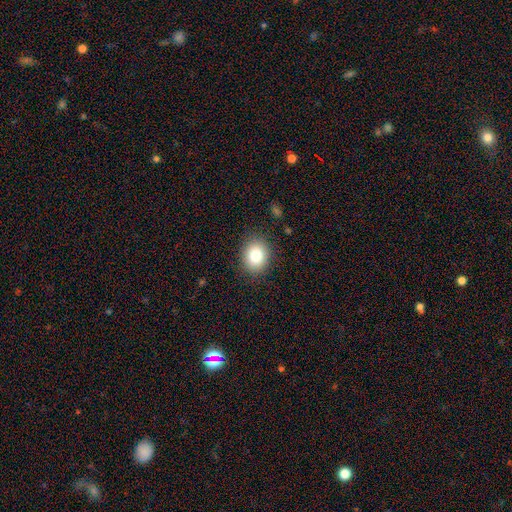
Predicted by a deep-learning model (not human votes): smooth_or_featured: smooth (p=0.81) [alt: star or artifact p=0.10]
how_rounded: round (p=0.58) [alt: in between p=0.41]
merging: none (p=0.87) [alt: minor disturbance p=0.09]